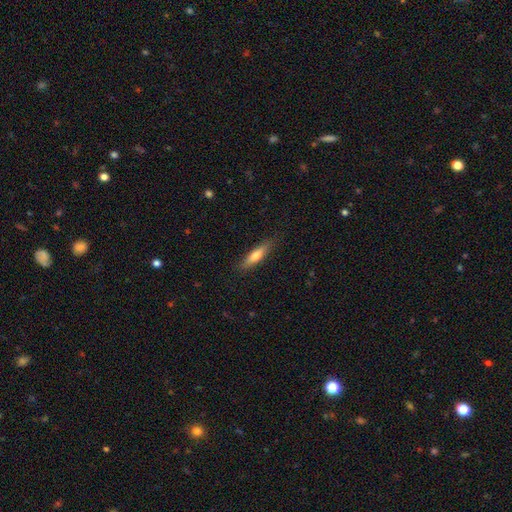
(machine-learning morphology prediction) This is likely a smooth galaxy (67%). How rounded: likely cigar-shaped (72%). Merging: clearly none (84%).